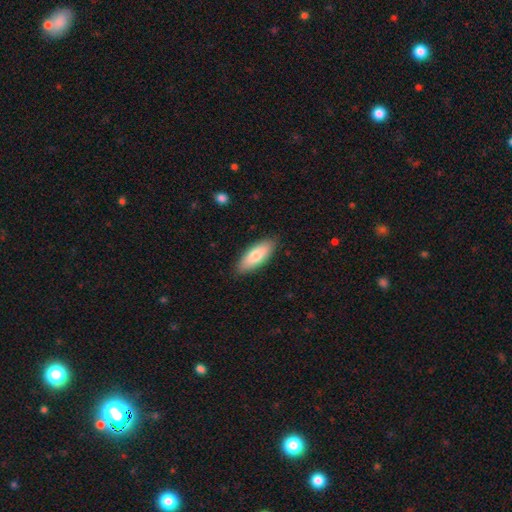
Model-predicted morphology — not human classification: Smooth or featured? smooth (78%)
How rounded? in between (72%)
Merging? none (87%)